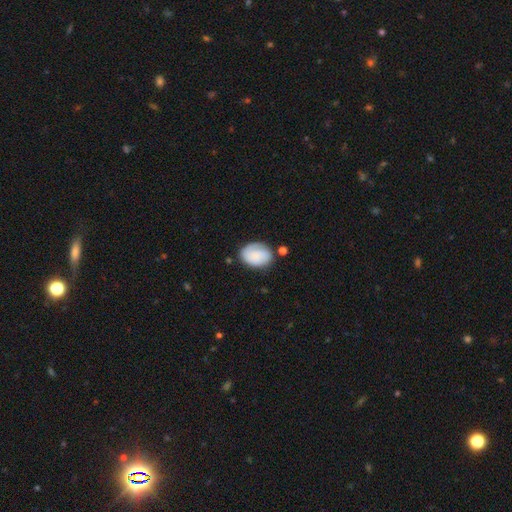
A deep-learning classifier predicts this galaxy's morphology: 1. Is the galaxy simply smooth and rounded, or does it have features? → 71% smooth, 22% featured or disk, 7% star or artifact.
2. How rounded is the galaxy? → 77% in between, 22% round, 1% cigar-shaped.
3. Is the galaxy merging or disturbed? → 64% none, 24% minor disturbance, 7% major disturbance, 5% merger.